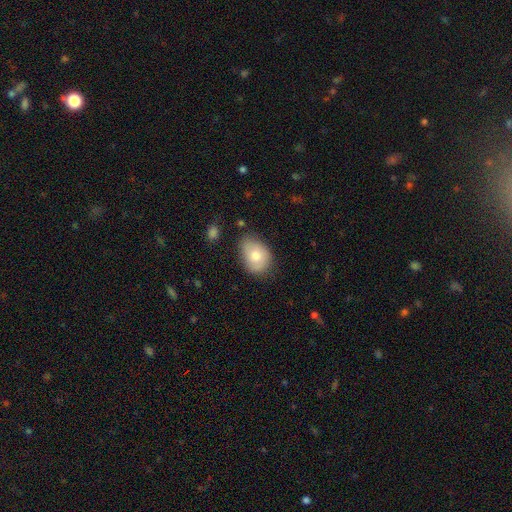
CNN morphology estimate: The model was most divided on "merging": none: 65%, minor disturbance: 28%, major disturbance: 5%, merger: 2%. More confident: smooth or featured — smooth (75%); how rounded — in between (73%).